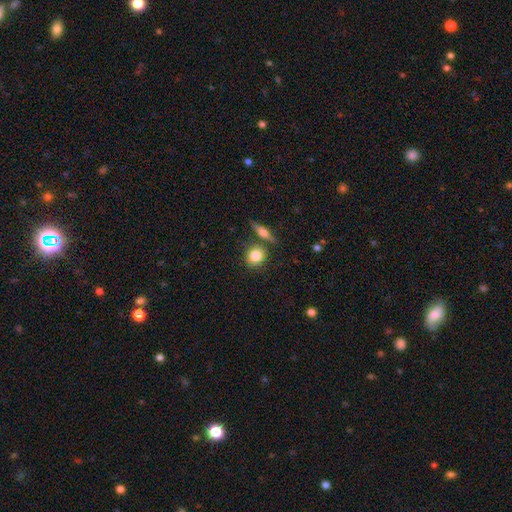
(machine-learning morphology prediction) This is clearly a smooth galaxy (81%). How rounded: likely round (74%). Merging: likely none (71%).